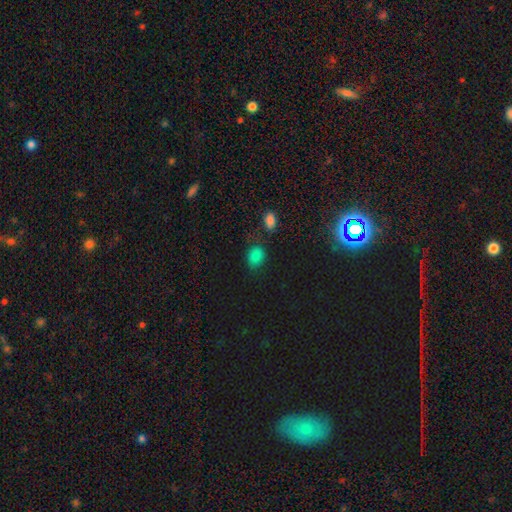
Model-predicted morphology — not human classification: type=smooth (76%); roundness=in between (60%); merging=none (71%).